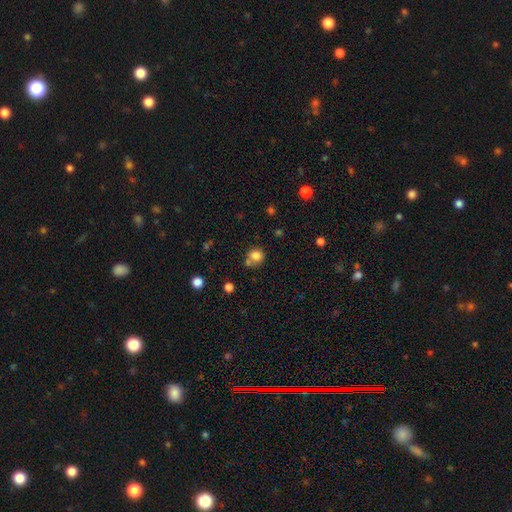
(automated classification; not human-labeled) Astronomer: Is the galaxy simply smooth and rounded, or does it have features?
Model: smooth — 80%.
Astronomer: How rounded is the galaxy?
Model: round — 84%.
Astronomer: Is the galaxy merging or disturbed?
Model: none — 59%.